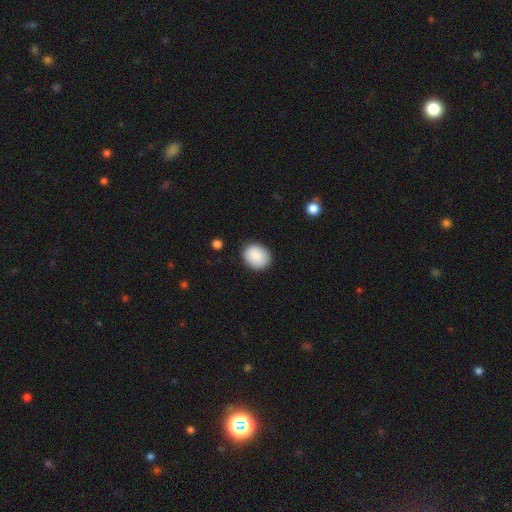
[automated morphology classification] A smooth galaxy with no disk features (89%) that is round (62%).

Vote fractions:
- Smooth or featured? smooth: 89% / star or artifact: 7% / featured or disk: 4%
- How rounded? round: 62% / in between: 37% / cigar-shaped: 1%
- Merging? none: 87% / minor disturbance: 9% / major disturbance: 2% / merger: 1%